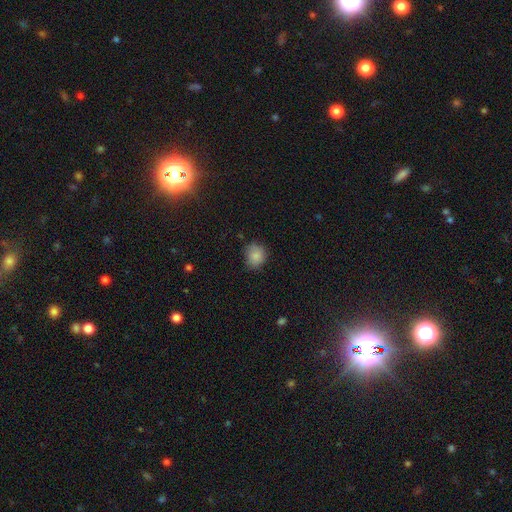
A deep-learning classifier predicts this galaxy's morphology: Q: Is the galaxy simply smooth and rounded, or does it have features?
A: smooth — 84%.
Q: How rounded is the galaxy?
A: round — 76%.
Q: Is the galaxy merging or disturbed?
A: none — 75%.